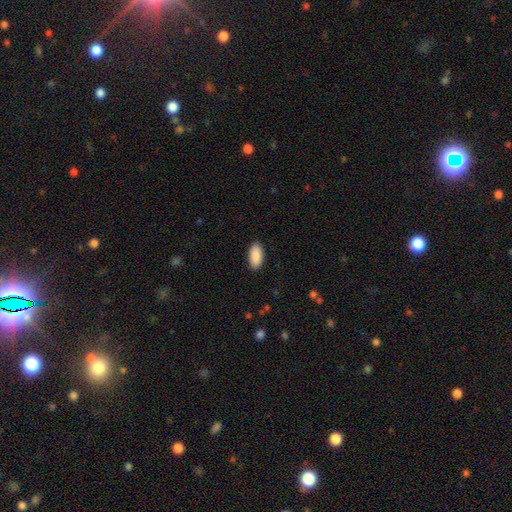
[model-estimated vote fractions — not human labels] Smooth or featured? smooth (91%)
How rounded? in between (93%)
Merging? none (90%)